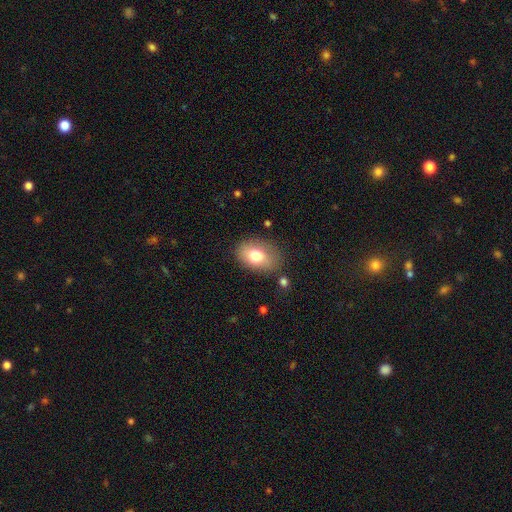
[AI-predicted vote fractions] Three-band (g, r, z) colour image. It shows a smooth galaxy with no disk features (76%) that is in between round and cigar-shaped (81%). Merging: none (75%).